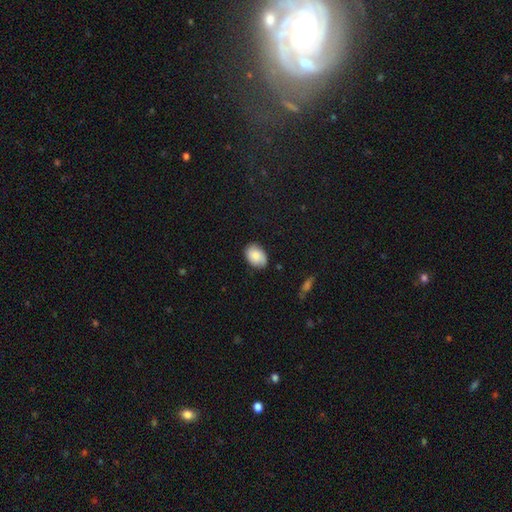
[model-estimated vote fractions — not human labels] Smooth or featured? smooth (82%)
How rounded? in between (79%)
Merging? none (80%)